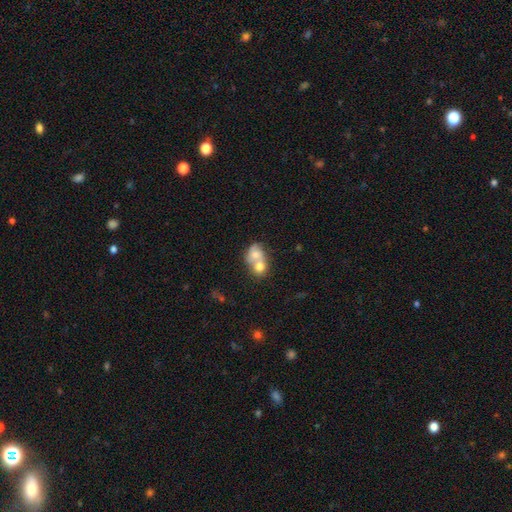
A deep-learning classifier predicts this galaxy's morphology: The model was most divided on "how rounded": round: 52%, in between: 46%, cigar-shaped: 1%. More confident: merging — merger (75%); smooth or featured — smooth (65%).